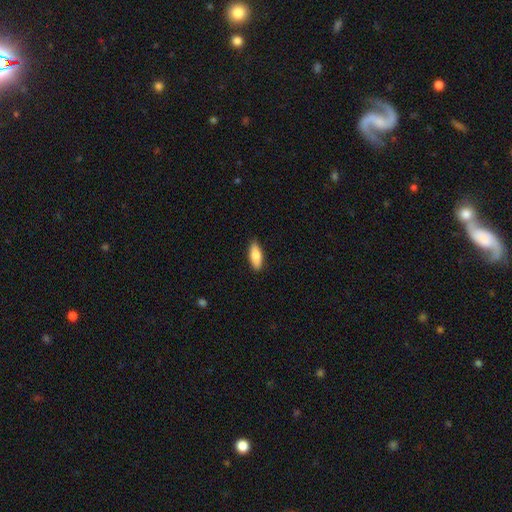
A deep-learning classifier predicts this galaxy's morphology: smooth-or-featured: smooth: 83% | featured or disk: 11% | star or artifact: 6%
  how-rounded: in between: 69% | cigar-shaped: 29% | round: 2%
  merging: none: 87% | minor disturbance: 10% | major disturbance: 2% | merger: 1%